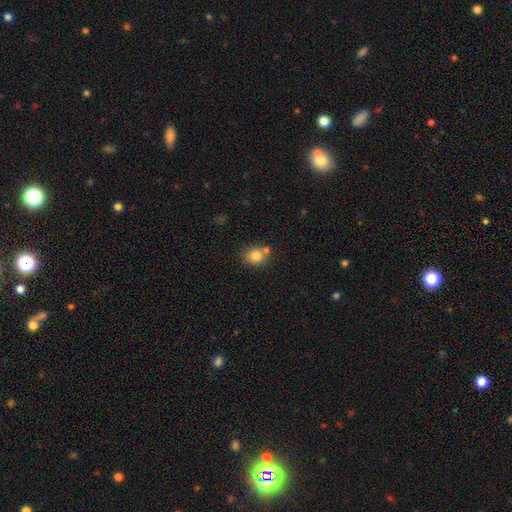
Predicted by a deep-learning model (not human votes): This appears to be a smooth galaxy with no disk features (81%) that is round (65%). Merging: none (62%).